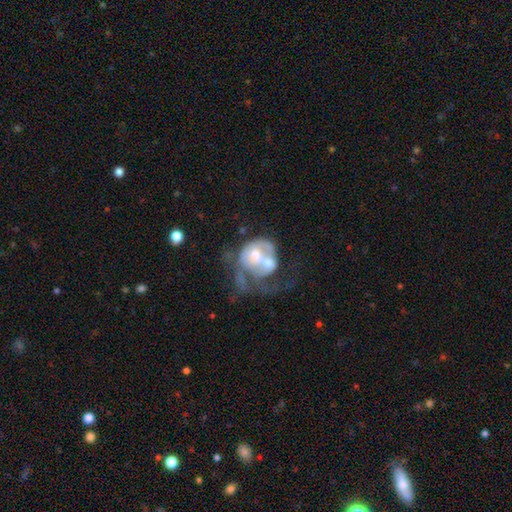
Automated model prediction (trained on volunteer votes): featured or disk 60%, smooth 33%, star or artifact 7%. Down the decision tree: edge-on disk — no (97%); bar — no (81%); spiral arms — no (63%); bulge size — moderate (60%); merging — merger (59%).